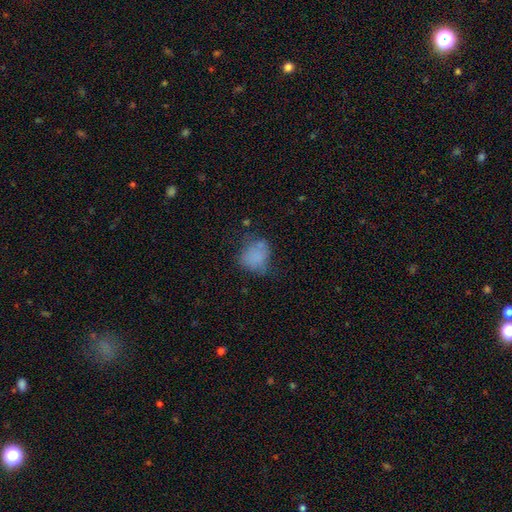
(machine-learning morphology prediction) This appears to be a smooth galaxy with no disk features (73%) that is round (55%). Merging: none (46%).